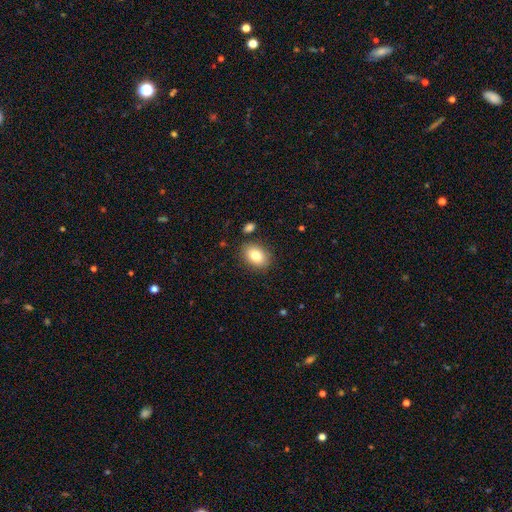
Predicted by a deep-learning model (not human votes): Smooth or featured: smooth — 82% (featured or disk — 10%)
How rounded: in between — 80% (round — 18%)
Merging: none — 84% (minor disturbance — 10%)